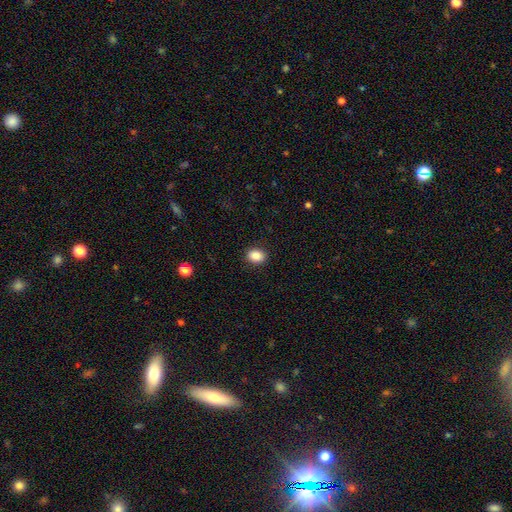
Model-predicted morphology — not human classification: This appears to be a smooth galaxy with no disk features (87%) that is in between round and cigar-shaped (59%). Merging: none (90%).